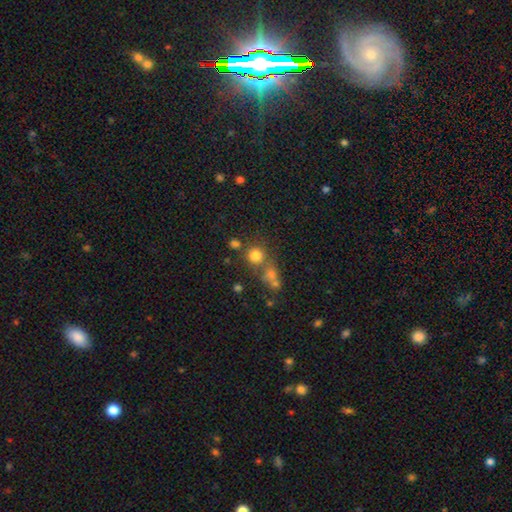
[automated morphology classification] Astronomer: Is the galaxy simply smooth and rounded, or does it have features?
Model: smooth — 75%.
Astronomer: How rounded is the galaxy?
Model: round — 89%.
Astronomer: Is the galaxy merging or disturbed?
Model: none — 62%.